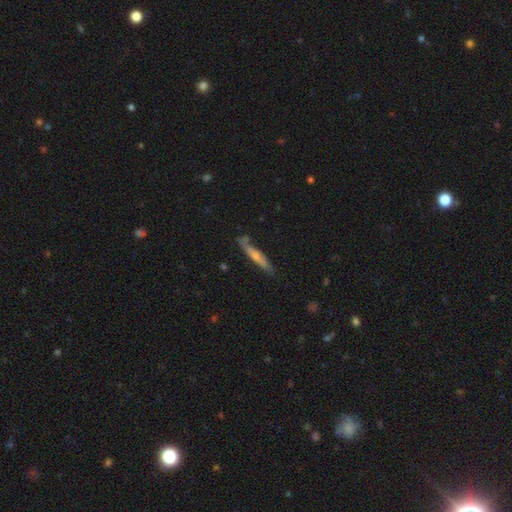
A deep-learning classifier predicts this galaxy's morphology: This appears to be a featured or disk galaxy (50%) viewed edge-on (91%). Merging: none (77%).